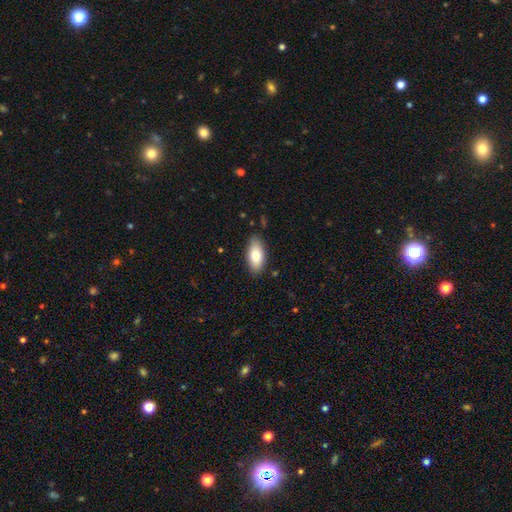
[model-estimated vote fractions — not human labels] smooth_or_featured: smooth (p=0.79) [alt: featured or disk p=0.15]
how_rounded: in between (p=0.90) [alt: cigar-shaped p=0.07]
merging: none (p=0.84) [alt: minor disturbance p=0.12]